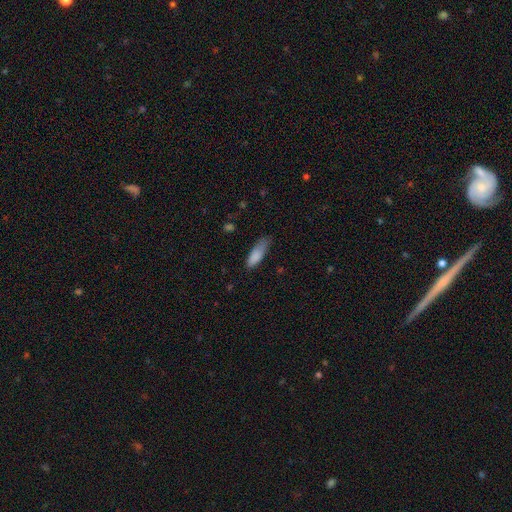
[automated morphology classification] Smooth or featured? smooth (86%)
How rounded? in between (56%)
Merging? none (57%)